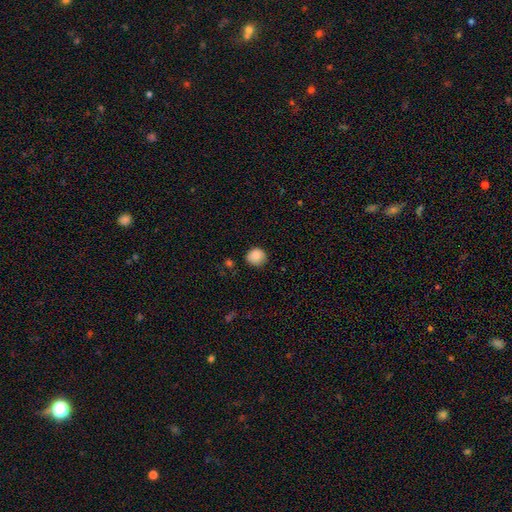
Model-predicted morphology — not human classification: Smooth or featured?
  - smooth: 86% *
  - star or artifact: 8%
  - featured or disk: 6%
How rounded?
  - round: 85% *
  - in between: 14%
  - cigar-shaped: 1%
Merging?
  - none: 77% *
  - minor disturbance: 18%
  - major disturbance: 3%
  - merger: 2%